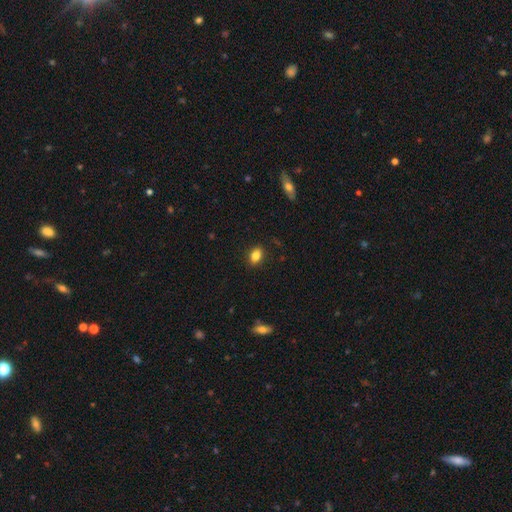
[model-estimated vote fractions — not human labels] Smooth or featured?
  - smooth: 84% *
  - star or artifact: 10%
  - featured or disk: 6%
How rounded?
  - in between: 79% *
  - round: 19%
  - cigar-shaped: 2%
Merging?
  - none: 88% *
  - minor disturbance: 9%
  - major disturbance: 2%
  - merger: 1%